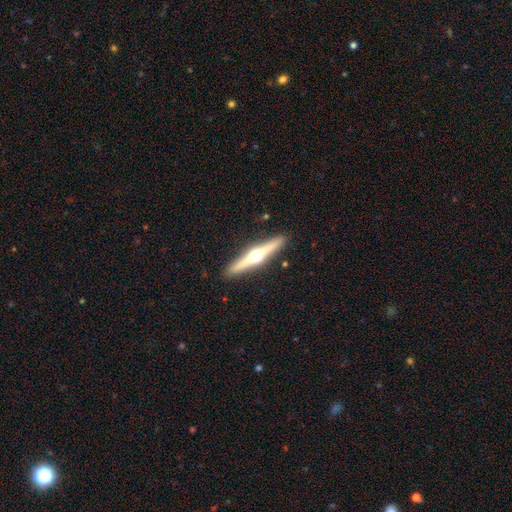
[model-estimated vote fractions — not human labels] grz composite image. It shows a featured or disk galaxy (73%) viewed edge-on (98%) with a rounded central bulge (96%). Merging: none (91%).